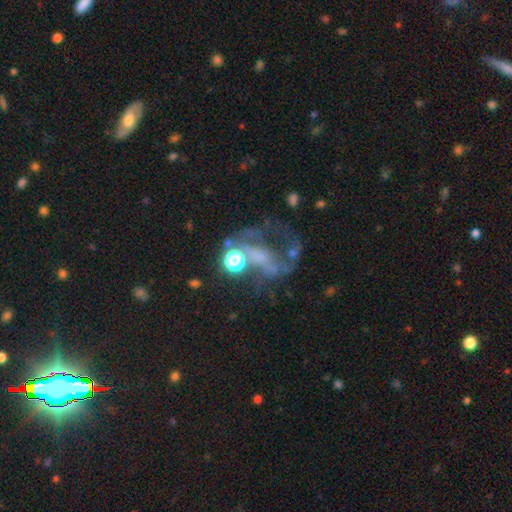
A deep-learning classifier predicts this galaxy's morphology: A featured or disk galaxy (52%). Merging: major disturbance (39%).